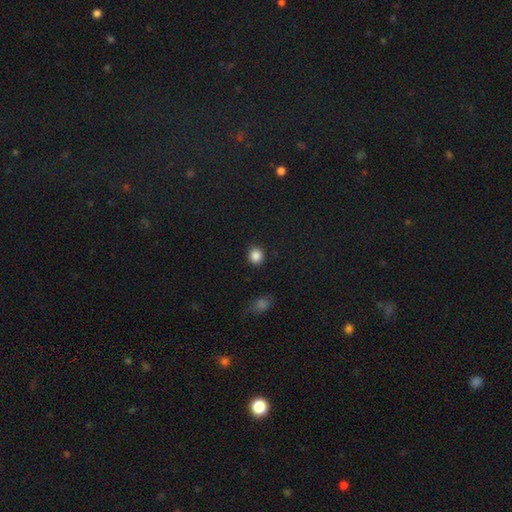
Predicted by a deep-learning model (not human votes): This appears to be a smooth galaxy with no disk features (86%) that is round (87%). Merging: none (91%).